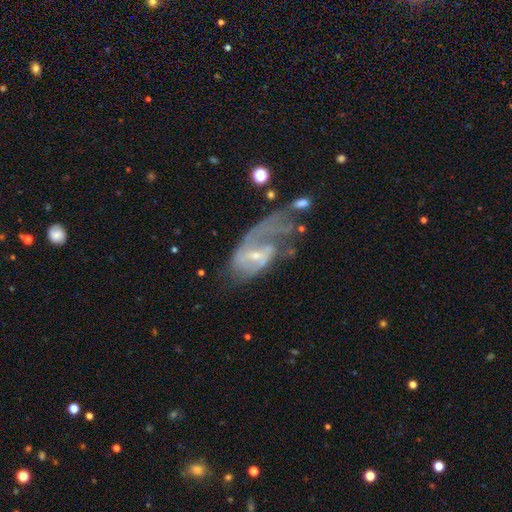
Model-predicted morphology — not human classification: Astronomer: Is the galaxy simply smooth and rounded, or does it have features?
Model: featured or disk — 79%.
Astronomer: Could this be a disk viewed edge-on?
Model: no — 96%.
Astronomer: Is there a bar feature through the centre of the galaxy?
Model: weak — 51% (runner-up: no, 28%).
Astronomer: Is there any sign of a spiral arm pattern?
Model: yes — 83%.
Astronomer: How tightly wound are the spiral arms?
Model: loose — 43% (runner-up: medium, 39%).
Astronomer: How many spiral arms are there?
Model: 2 — 45% (runner-up: 1, 30%).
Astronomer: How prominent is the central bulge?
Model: small — 64%.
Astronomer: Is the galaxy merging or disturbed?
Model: major disturbance — 46% (runner-up: none, 23%).